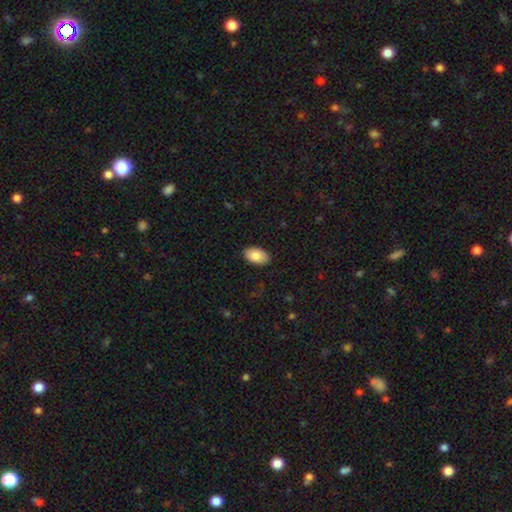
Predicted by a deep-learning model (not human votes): This appears to be a smooth galaxy with no disk features (85%) that is in between round and cigar-shaped (94%). Merging: none (88%).